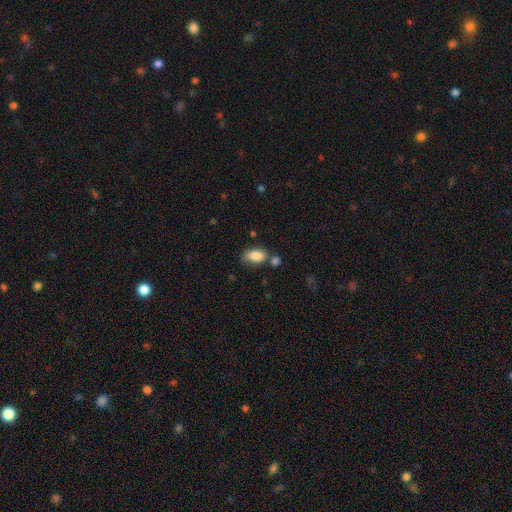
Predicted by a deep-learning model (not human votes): smooth-or-featured: smooth: 84% | featured or disk: 9% | star or artifact: 8%
  how-rounded: in between: 91% | round: 6% | cigar-shaped: 3%
  merging: none: 60% | minor disturbance: 19% | merger: 15% | major disturbance: 5%